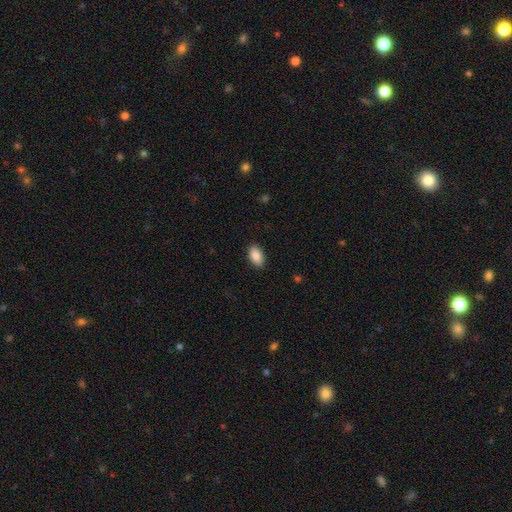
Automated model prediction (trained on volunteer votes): Q: Smooth or featured?
A: smooth (88%); runner-up: star or artifact (7%)
Q: How rounded?
A: in between (93%); runner-up: round (5%)
Q: Merging?
A: none (89%); runner-up: minor disturbance (8%)